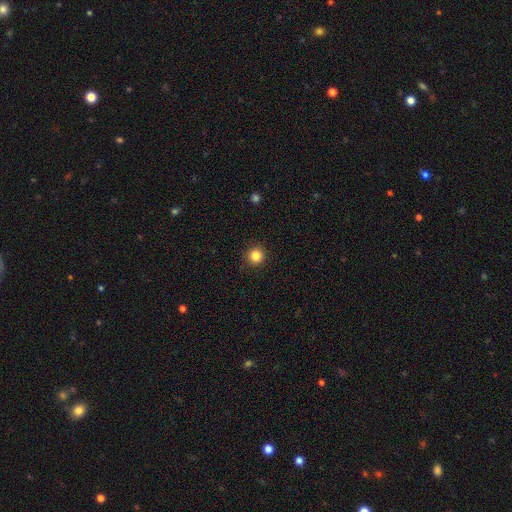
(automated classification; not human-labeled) This appears to be a smooth galaxy with no disk features (84%) that is round (95%). Merging: none (92%).